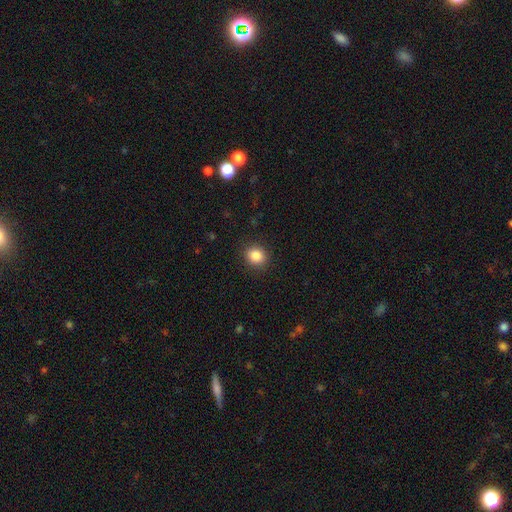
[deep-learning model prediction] The model was most divided on "how rounded": round: 75%, in between: 24%, cigar-shaped: 1%. More confident: merging — none (90%); smooth or featured — smooth (86%).